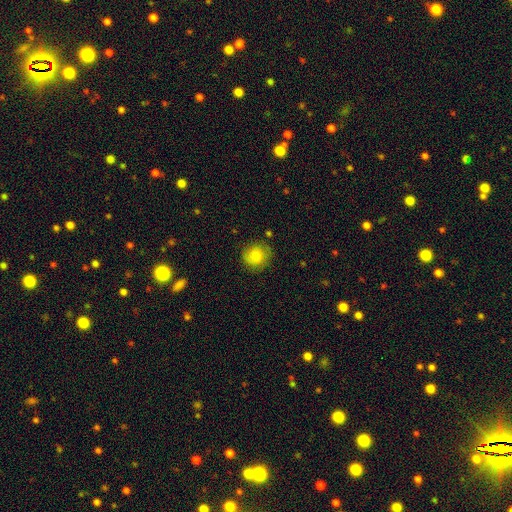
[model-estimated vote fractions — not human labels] A smooth galaxy with no disk features (82%) that is round (88%).

Vote fractions:
- Smooth or featured? smooth: 82% / featured or disk: 10% / star or artifact: 8%
- How rounded? round: 88% / in between: 11% / cigar-shaped: 1%
- Merging? none: 81% / minor disturbance: 14% / major disturbance: 4% / merger: 2%